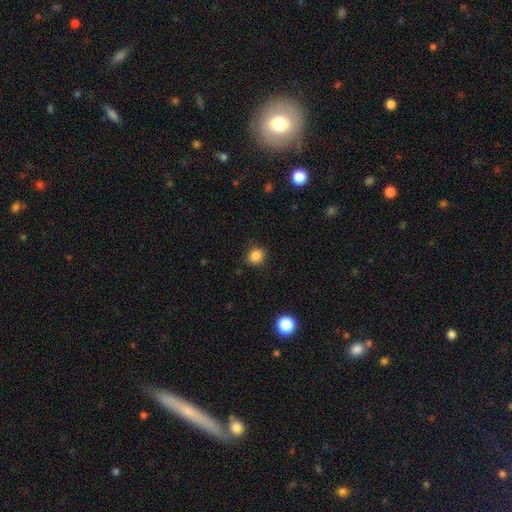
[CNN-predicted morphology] smooth 86%, star or artifact 11%, featured or disk 3%. Down the decision tree: how rounded — round (59%); merging — none (87%).